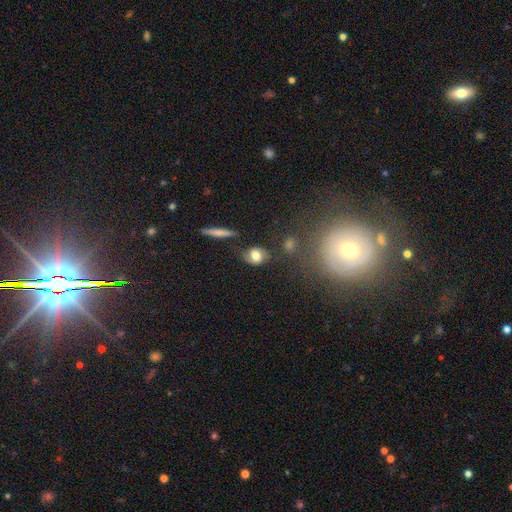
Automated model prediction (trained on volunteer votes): Overall: smooth (66%). How rounded: in between (51%; round 46%). Merging: none (67%).